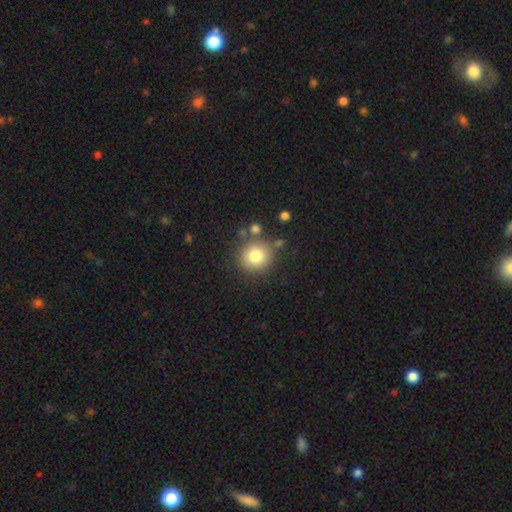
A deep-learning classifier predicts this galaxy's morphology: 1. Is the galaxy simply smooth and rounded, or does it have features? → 80% smooth, 11% star or artifact, 10% featured or disk.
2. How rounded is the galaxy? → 89% round, 10% in between, 1% cigar-shaped.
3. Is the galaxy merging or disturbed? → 78% none, 11% minor disturbance, 7% merger, 4% major disturbance.